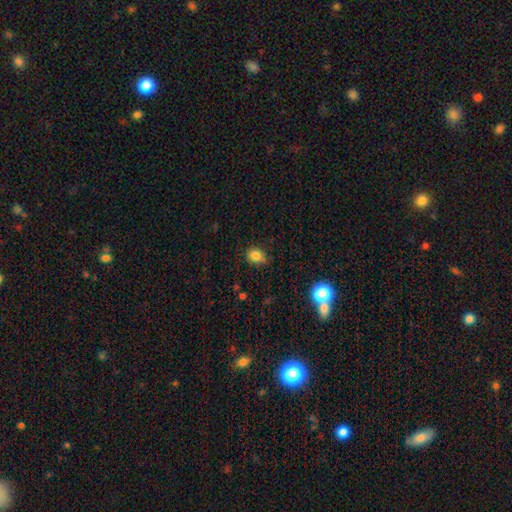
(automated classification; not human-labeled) smooth_or_featured: smooth (p=0.82) [alt: star or artifact p=0.12]
how_rounded: round (p=0.56) [alt: in between p=0.43]
merging: none (p=0.76) [alt: minor disturbance p=0.19]